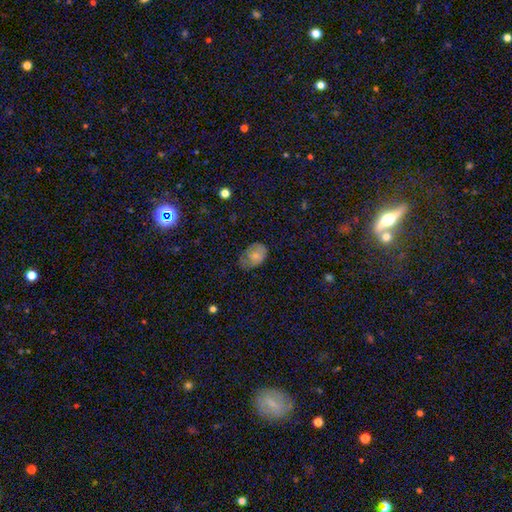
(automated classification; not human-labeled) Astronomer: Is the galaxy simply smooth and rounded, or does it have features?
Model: smooth — 69%.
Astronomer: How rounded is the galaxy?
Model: in between — 79%.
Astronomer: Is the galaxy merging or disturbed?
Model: none — 50% (runner-up: minor disturbance, 35%).